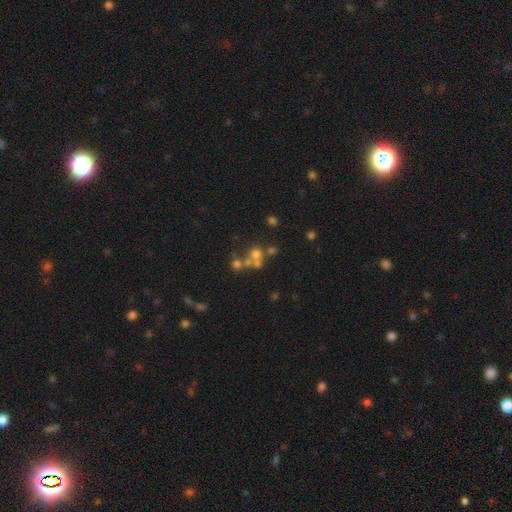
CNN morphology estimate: The model was most divided on "merging": none: 44%, merger: 41%, minor disturbance: 8%, major disturbance: 7%. More confident: how rounded — round (83%); smooth or featured — smooth (55%).